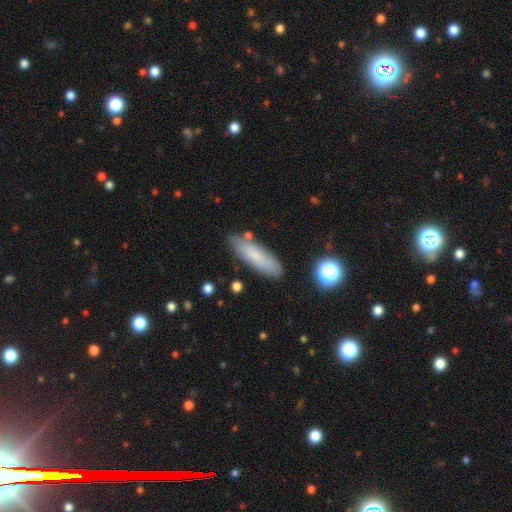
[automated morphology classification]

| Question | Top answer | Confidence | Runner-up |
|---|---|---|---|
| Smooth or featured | smooth | 77% | featured or disk (15%) |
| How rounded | cigar-shaped | 57% | in between (41%) |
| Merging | none | 81% | minor disturbance (13%) |